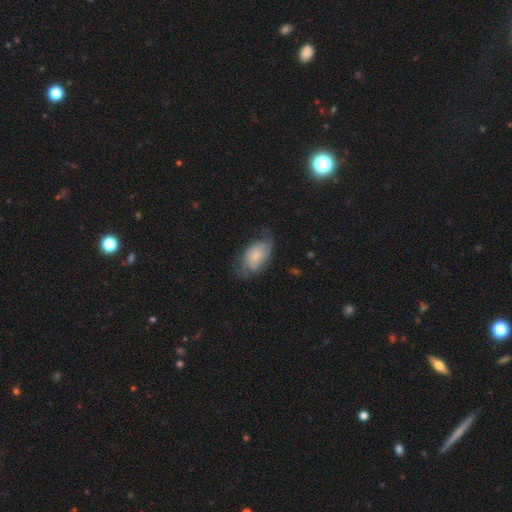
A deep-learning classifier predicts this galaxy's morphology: smooth_or_featured: smooth (p=0.56) [alt: featured or disk p=0.38]
how_rounded: in between (p=0.90) [alt: round p=0.08]
merging: none (p=0.44) [alt: minor disturbance p=0.32]